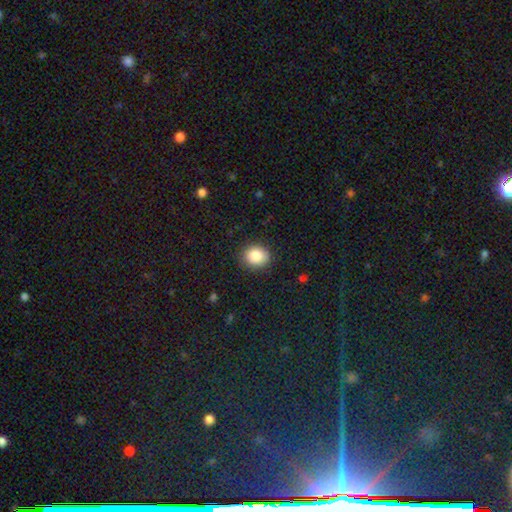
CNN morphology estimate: Smooth or featured: smooth — 86% (star or artifact — 9%)
How rounded: round — 68% (in between — 31%)
Merging: none — 88% (minor disturbance — 8%)